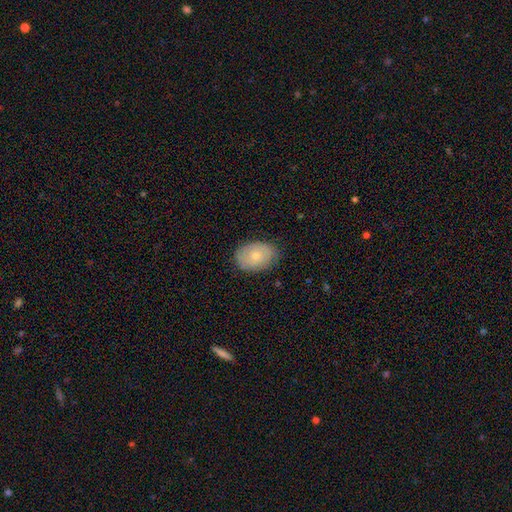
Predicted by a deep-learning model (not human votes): smooth-or-featured: smooth: 65% | featured or disk: 28% | star or artifact: 7%
  how-rounded: in between: 80% | round: 19% | cigar-shaped: 1%
  merging: none: 81% | minor disturbance: 15% | major disturbance: 3% | merger: 1%